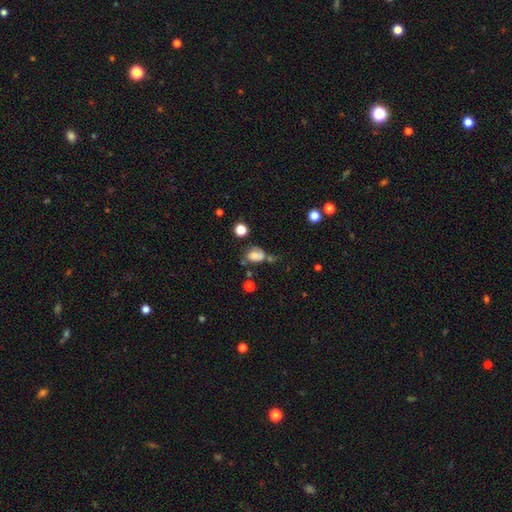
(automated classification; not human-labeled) This is possibly a smooth galaxy (60%). How rounded: likely in between (64%). Merging: marginally none (38%).